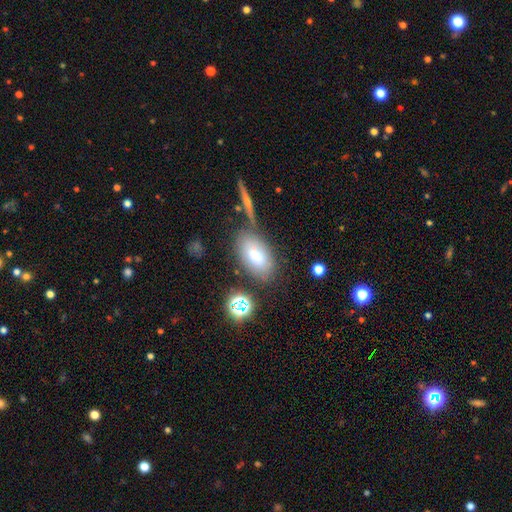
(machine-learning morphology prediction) Smooth or featured? smooth (77%)
How rounded? in between (92%)
Merging? none (66%)